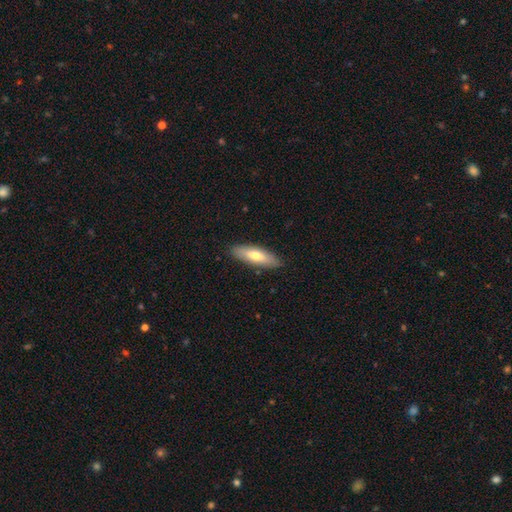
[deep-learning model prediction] smooth 69%, featured or disk 26%, star or artifact 5%. Down the decision tree: how rounded — in between (53%); merging — none (87%).